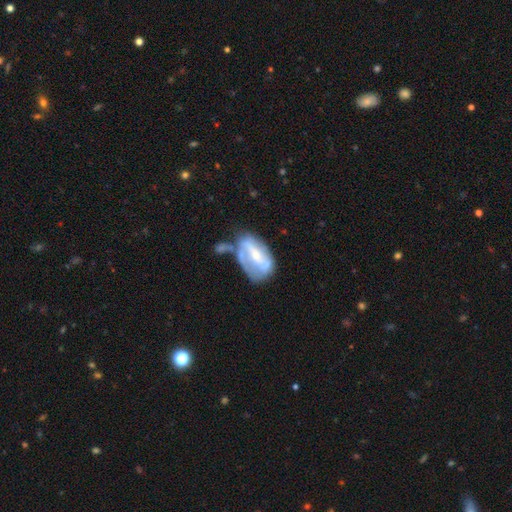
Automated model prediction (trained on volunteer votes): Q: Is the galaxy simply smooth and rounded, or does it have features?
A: featured or disk — 69%.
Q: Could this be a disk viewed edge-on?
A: no — 94%.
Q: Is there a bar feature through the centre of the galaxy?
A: strong — 42%.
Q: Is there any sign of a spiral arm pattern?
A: yes — 67%.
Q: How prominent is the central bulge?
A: small — 58%.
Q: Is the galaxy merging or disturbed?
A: none — 33%.